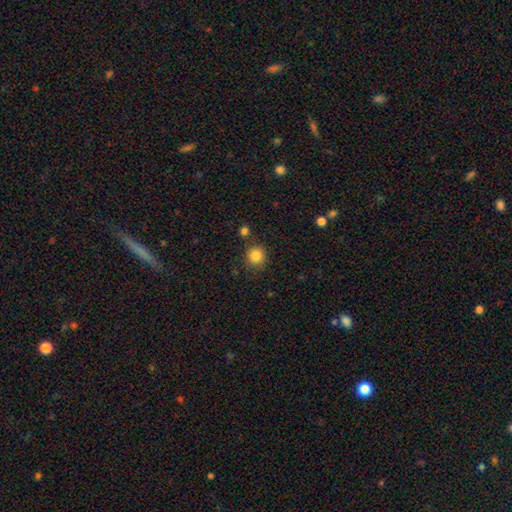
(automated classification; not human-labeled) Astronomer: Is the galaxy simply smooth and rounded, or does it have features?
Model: smooth — 84%.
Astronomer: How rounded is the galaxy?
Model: round — 89%.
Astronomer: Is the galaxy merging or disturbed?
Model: none — 82%.